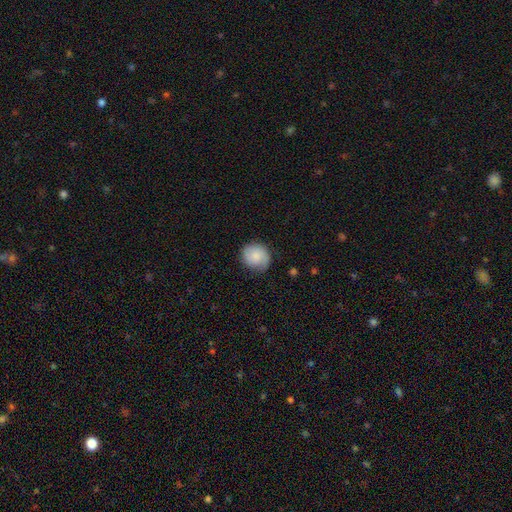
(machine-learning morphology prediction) Smooth or featured? smooth (79%)
How rounded? round (80%)
Merging? none (72%)